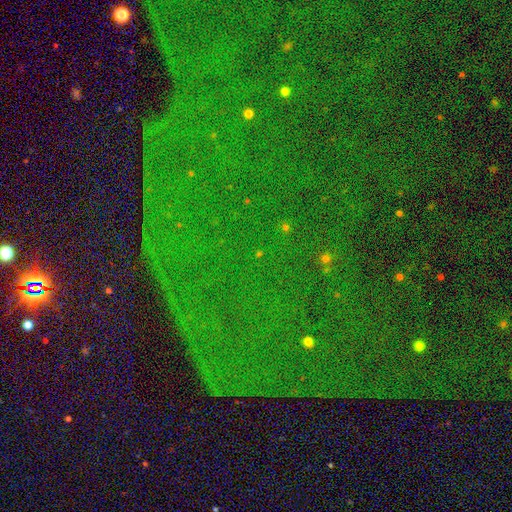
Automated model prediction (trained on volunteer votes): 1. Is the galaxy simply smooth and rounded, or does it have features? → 86% star or artifact, 8% smooth, 7% featured or disk.